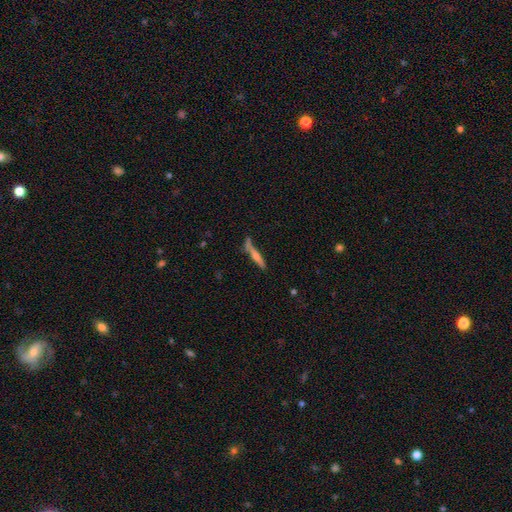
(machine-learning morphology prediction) smooth-or-featured: featured or disk: 58% | smooth: 35% | star or artifact: 8%
  disk-edge-on: yes: 94% | no: 6%
    edge-on-bulge: rounded: 72% | none: 18% | boxy: 10%
  merging: none: 68% | minor disturbance: 19% | merger: 7% | major disturbance: 6%